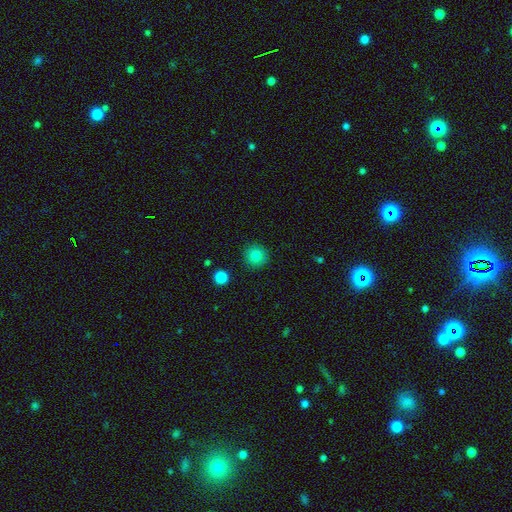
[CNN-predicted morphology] Smooth or featured: smooth — 83% (star or artifact — 11%)
How rounded: round — 94% (in between — 5%)
Merging: none — 91% (minor disturbance — 6%)